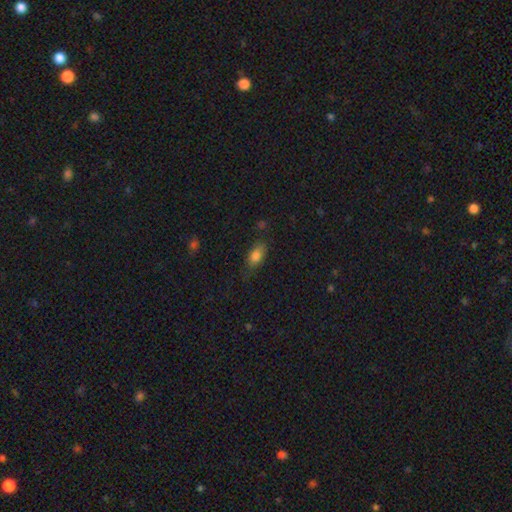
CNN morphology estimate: Smooth or featured? Predicted: smooth (p=0.80). How rounded? Predicted: in between (p=0.86). Merging? Predicted: none (p=0.69).